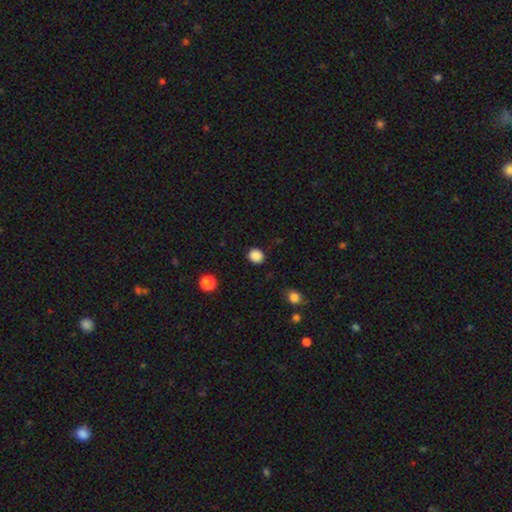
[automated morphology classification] smooth 87%, star or artifact 10%, featured or disk 3%. Down the decision tree: how rounded — round (80%); merging — none (89%).